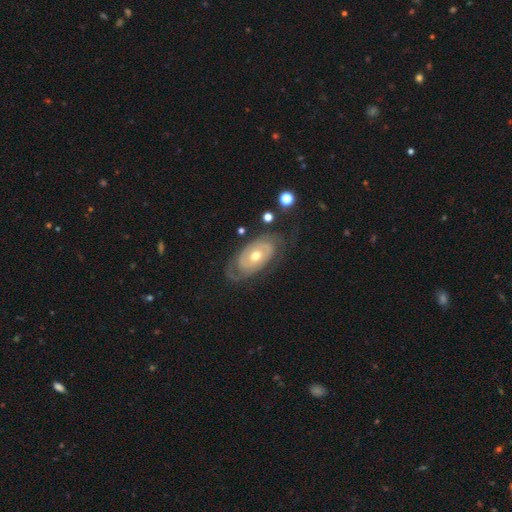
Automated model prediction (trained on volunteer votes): A featured or disk galaxy (80%) with no bar (80%), 2 (49%) tight (69%) spiral arms (81%) and a moderate central bulge (66%).

Vote fractions:
- Smooth or featured? featured or disk: 80% / smooth: 15% / star or artifact: 5%
- Edge-on disk? no: 94% / yes: 6%
- Bar? no: 80% / weak: 15% / strong: 4%
- Spiral arms? yes: 81% / no: 19%
- Spiral winding? tight: 69% / medium: 22% / loose: 9%
- Spiral arm count? 2: 49% / can't tell: 31% / 1: 9% / 3: 6% / 4: 3% / more than 4: 2%
- Bulge size? moderate: 66% / small: 29% / large: 3% / none: 1% / dominant: 1%
- Merging? none: 68% / minor disturbance: 19% / major disturbance: 11% / merger: 2%